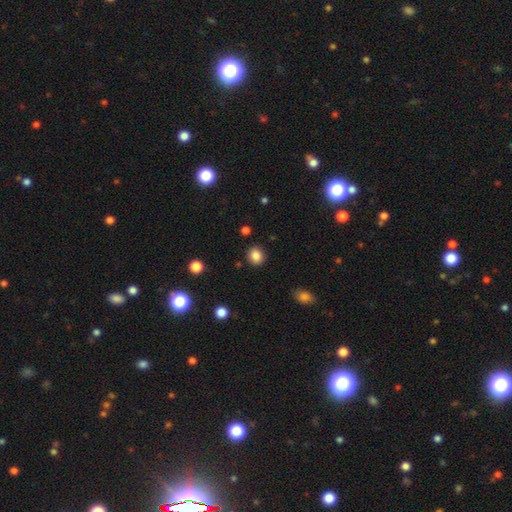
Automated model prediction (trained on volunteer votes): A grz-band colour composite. It shows a smooth galaxy with no disk features (85%) that is round (79%). Merging: none (89%).